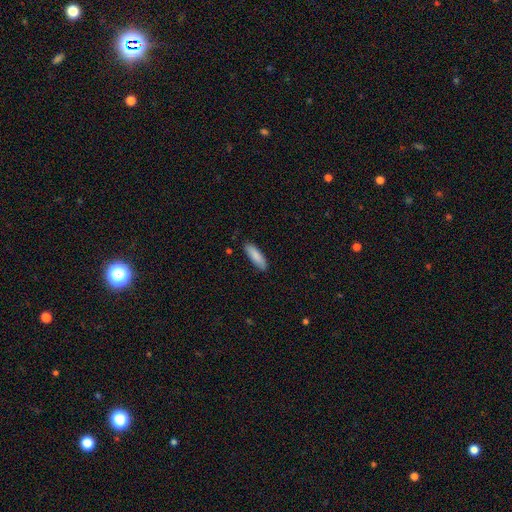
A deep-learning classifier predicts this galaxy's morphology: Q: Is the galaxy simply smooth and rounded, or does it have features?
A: smooth — 88%.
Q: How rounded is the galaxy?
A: cigar-shaped — 52%.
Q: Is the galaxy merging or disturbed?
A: none — 86%.